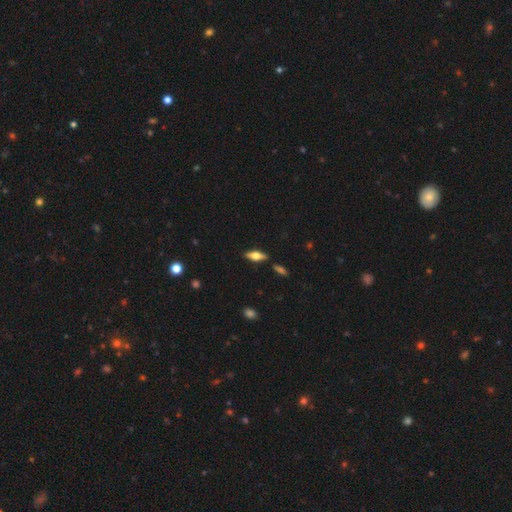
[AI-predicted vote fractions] Smooth or featured: featured or disk — 51% (smooth — 42%)
Edge-on disk: yes — 91% (no — 9%)
Merging: none — 84% (minor disturbance — 11%)